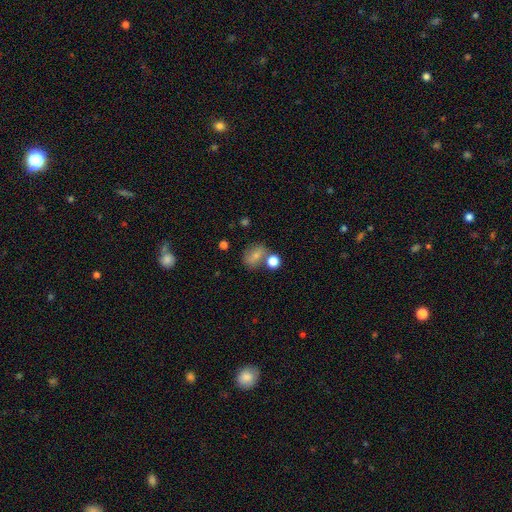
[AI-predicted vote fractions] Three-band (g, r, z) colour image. It shows a smooth galaxy with no disk features (68%) that is in between round and cigar-shaped (53%). Merging: none (55%).